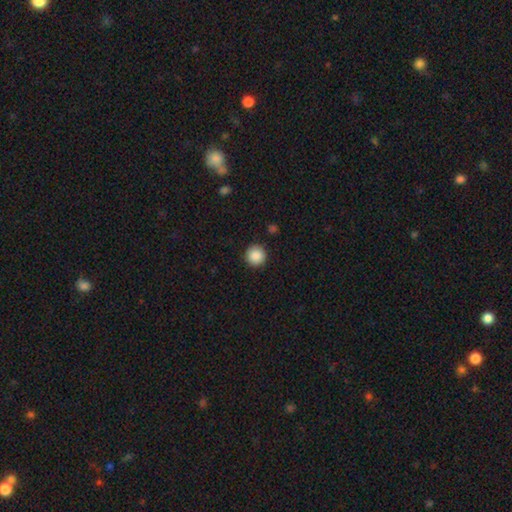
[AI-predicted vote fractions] The model was most divided on "smooth or featured": smooth: 88%, star or artifact: 9%, featured or disk: 3%. More confident: how rounded — round (96%); merging — none (92%).